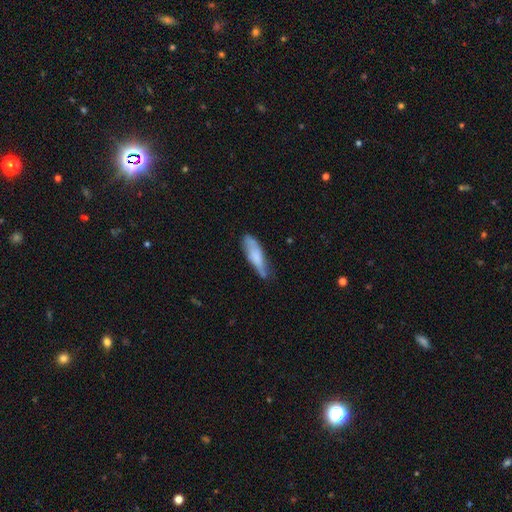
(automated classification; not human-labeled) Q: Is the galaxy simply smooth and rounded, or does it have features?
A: smooth — 68%.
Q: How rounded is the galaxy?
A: cigar-shaped — 61%.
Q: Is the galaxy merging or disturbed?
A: none — 54%.